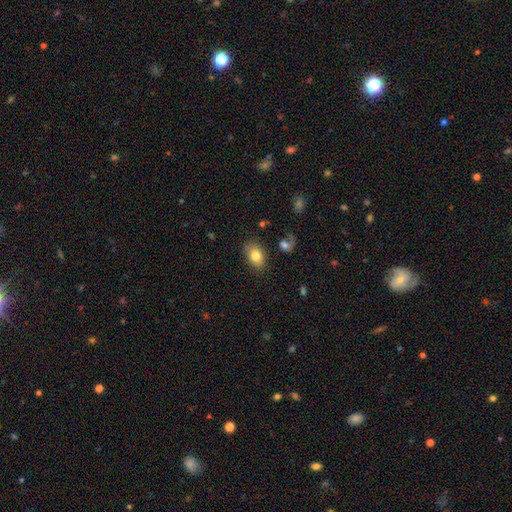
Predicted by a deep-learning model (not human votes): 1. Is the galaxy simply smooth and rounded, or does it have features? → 80% smooth, 12% featured or disk, 8% star or artifact.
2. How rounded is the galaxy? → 87% in between, 12% round, 1% cigar-shaped.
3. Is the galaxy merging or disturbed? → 77% none, 16% minor disturbance, 4% major disturbance, 3% merger.